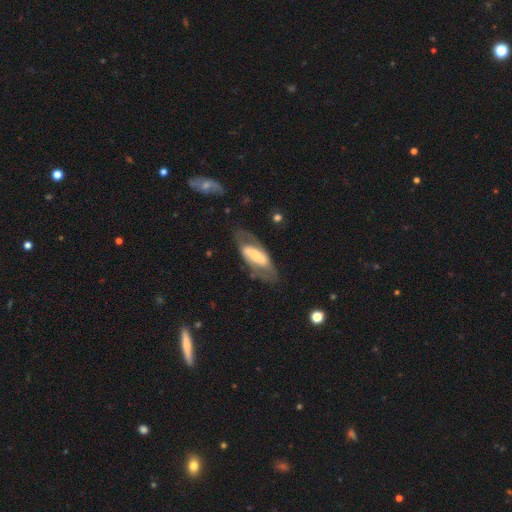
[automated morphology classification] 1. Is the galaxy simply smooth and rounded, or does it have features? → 66% featured or disk, 29% smooth, 5% star or artifact.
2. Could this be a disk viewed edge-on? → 86% no, 14% yes.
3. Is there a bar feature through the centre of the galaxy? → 52% strong, 25% weak, 23% no.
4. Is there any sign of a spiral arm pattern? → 55% yes, 45% no.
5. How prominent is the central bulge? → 42% small (tied), 42% moderate (tied), 11% large, 3% none, 2% dominant.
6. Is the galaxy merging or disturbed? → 64% none, 19% minor disturbance, 15% major disturbance, 2% merger.